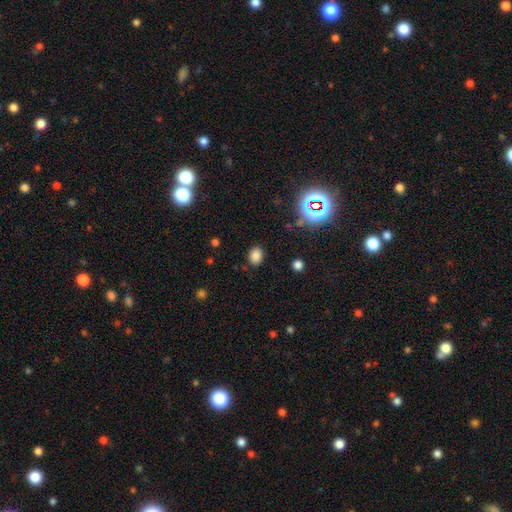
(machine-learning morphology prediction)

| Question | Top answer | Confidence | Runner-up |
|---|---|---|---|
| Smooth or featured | smooth | 80% | star or artifact (15%) |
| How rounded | in between | 65% | round (34%) |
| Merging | none | 85% | minor disturbance (10%) |